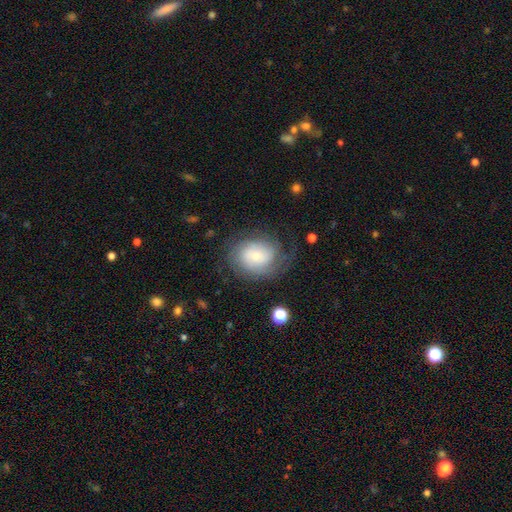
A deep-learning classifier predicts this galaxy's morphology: featured or disk 52%, smooth 39%, star or artifact 9%. Down the decision tree: edge-on disk — no (96%); merging — none (63%).